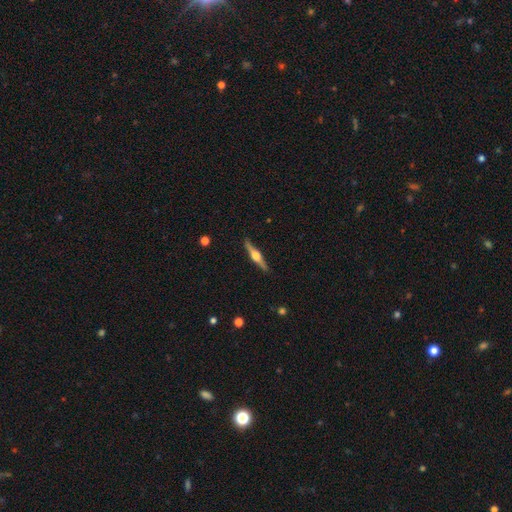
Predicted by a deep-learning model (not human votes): Smooth or featured? Predicted: featured or disk (p=0.78). Edge-on disk? Predicted: yes (p=0.98). Edge-on bulge? Predicted: rounded (p=0.94). Merging? Predicted: none (p=0.90).